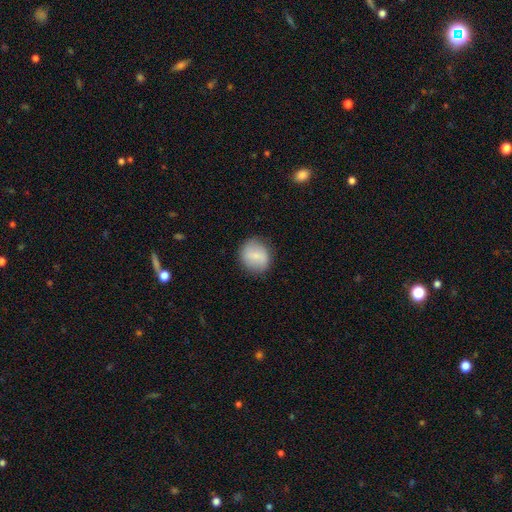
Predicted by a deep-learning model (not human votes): Smooth or featured?
  - smooth: 76% *
  - featured or disk: 17%
  - star or artifact: 7%
How rounded?
  - round: 81% *
  - in between: 18%
  - cigar-shaped: 1%
Merging?
  - none: 83% *
  - minor disturbance: 13%
  - major disturbance: 4%
  - merger: 1%